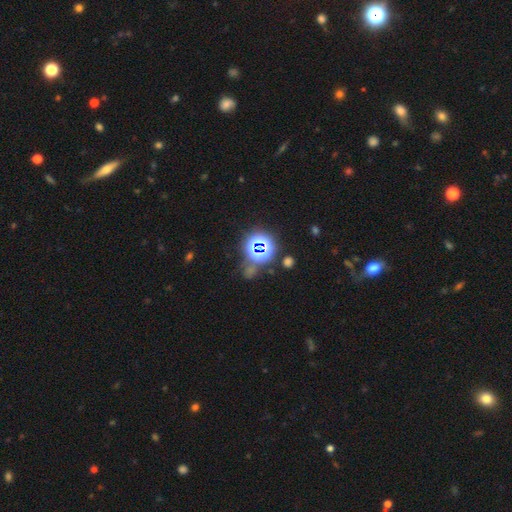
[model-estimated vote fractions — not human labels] Smooth or featured: star or artifact — 78% (smooth — 14%)